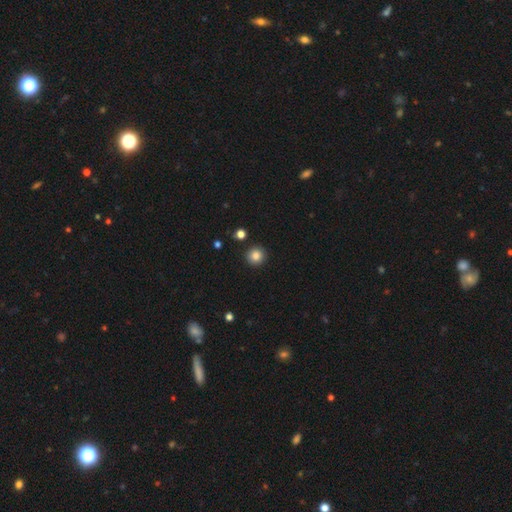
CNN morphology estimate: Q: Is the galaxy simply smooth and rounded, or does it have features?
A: smooth — 84%.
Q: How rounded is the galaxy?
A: round — 94%.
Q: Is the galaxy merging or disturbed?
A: none — 92%.